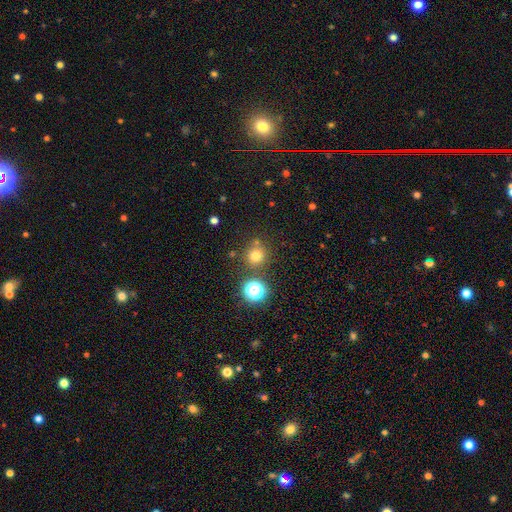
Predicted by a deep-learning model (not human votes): smooth 71%, star or artifact 22%, featured or disk 8%. Down the decision tree: how rounded — round (91%); merging — none (78%).